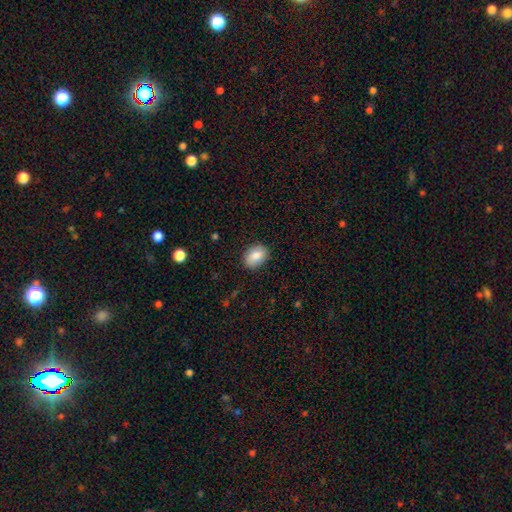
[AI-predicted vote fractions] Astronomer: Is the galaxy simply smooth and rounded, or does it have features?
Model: smooth — 86%.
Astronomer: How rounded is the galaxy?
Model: in between — 78%.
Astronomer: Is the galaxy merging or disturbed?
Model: none — 87%.